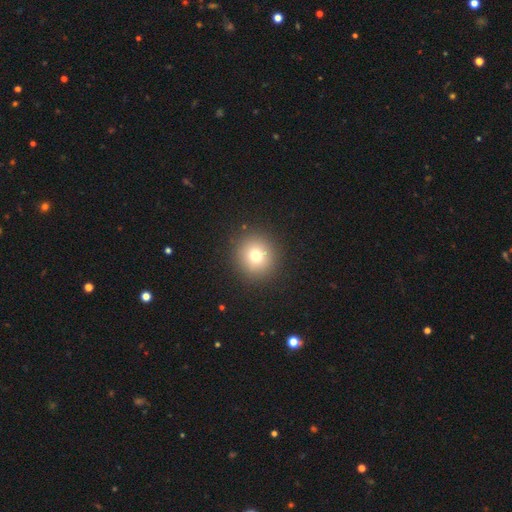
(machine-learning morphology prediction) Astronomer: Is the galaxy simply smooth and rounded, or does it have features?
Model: smooth — 76%.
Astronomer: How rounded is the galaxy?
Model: round — 92%.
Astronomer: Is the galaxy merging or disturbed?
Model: none — 91%.